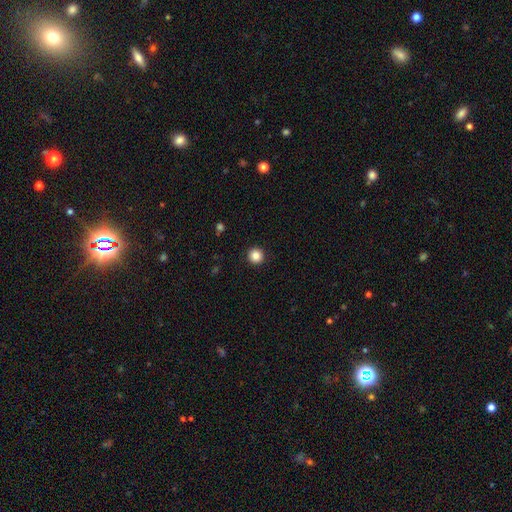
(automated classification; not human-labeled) smooth 85%, star or artifact 11%, featured or disk 4%. Down the decision tree: how rounded — round (96%); merging — none (93%).